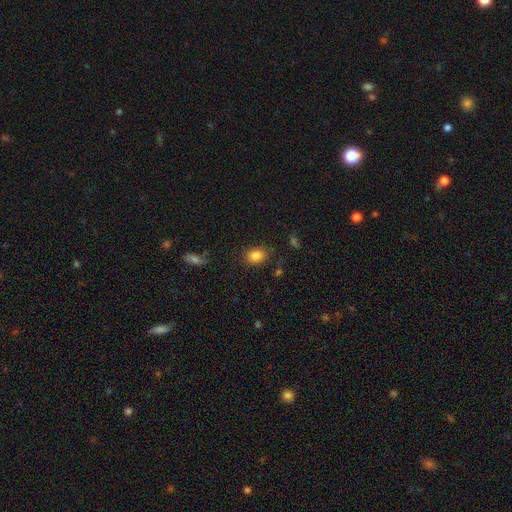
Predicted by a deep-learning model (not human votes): This appears to be a smooth galaxy with no disk features (84%) that is in between round and cigar-shaped (62%). Merging: none (83%).